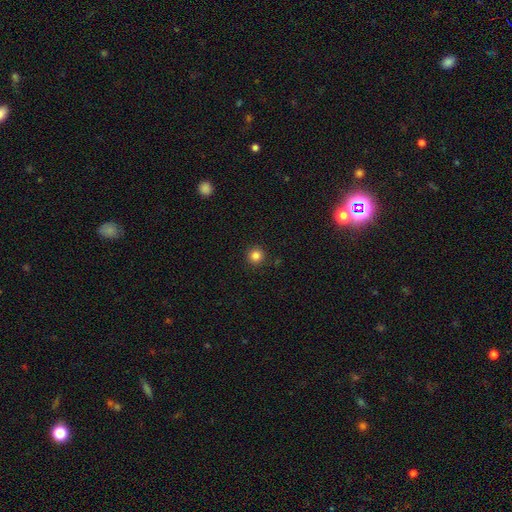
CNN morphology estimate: smooth 84%, star or artifact 12%, featured or disk 4%. Down the decision tree: how rounded — round (95%); merging — none (92%).